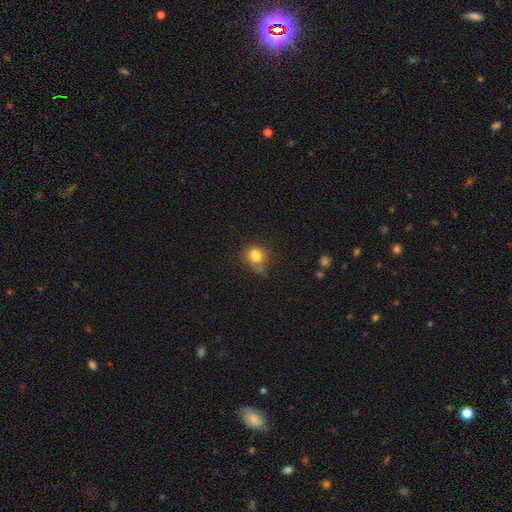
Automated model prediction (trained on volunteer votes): Morphology: type=smooth (80%); roundness=round (65%); merging=none (53%).